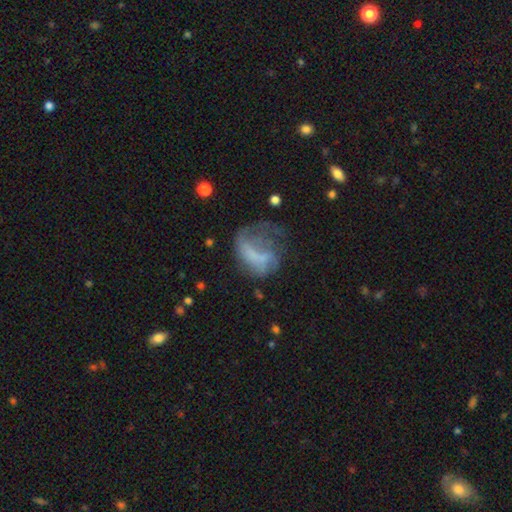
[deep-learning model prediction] Morphology: type=featured or disk (48%); merging=major disturbance (53%).